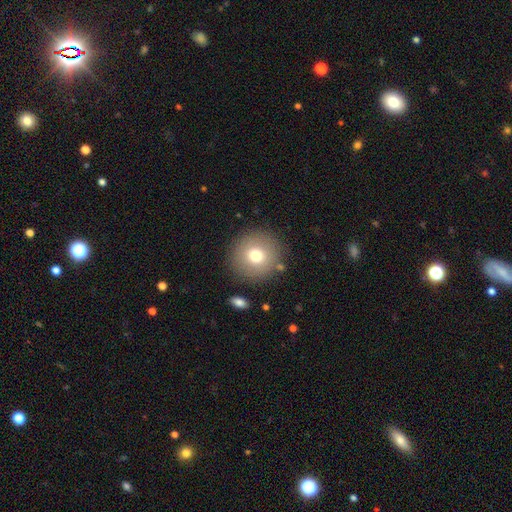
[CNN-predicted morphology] A smooth galaxy with no disk features (74%) that is round (94%).

Vote fractions:
- Smooth or featured? smooth: 74% / featured or disk: 16% / star or artifact: 11%
- How rounded? round: 94% / in between: 5% / cigar-shaped: 1%
- Merging? none: 87% / minor disturbance: 7% / major disturbance: 3% / merger: 3%